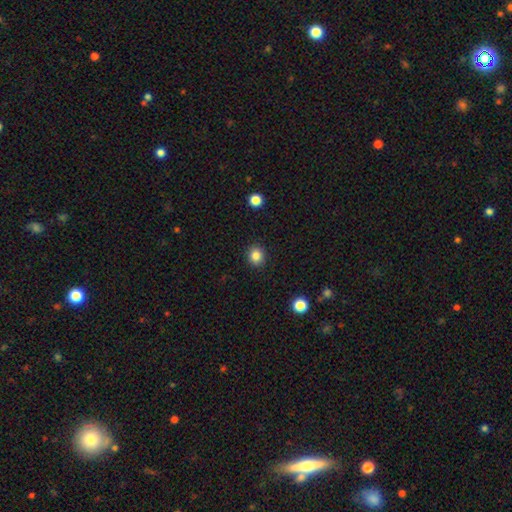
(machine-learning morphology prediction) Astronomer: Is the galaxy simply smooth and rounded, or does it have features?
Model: smooth — 85%.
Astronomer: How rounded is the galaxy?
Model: round — 80%.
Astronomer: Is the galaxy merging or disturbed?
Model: none — 90%.